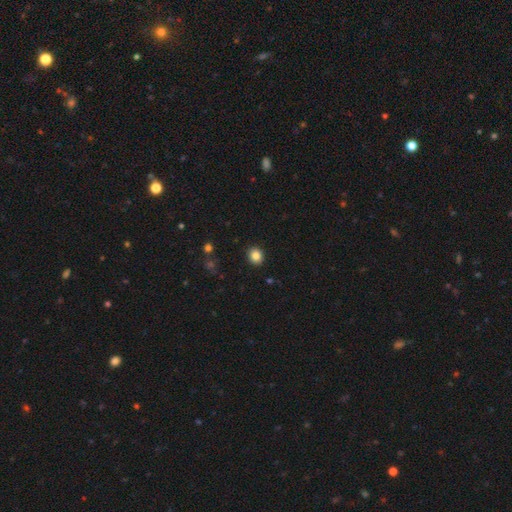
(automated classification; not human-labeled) Smooth or featured: smooth — 84% (star or artifact — 10%)
How rounded: round — 73% (in between — 26%)
Merging: none — 92% (minor disturbance — 6%)